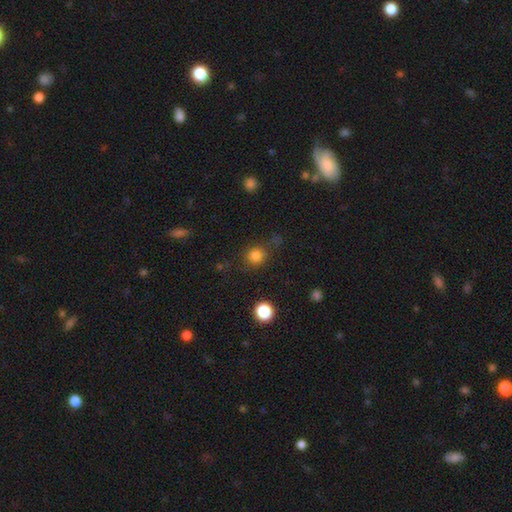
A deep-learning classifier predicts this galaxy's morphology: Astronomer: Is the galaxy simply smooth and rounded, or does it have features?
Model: smooth — 81%.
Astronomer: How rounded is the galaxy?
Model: round — 86%.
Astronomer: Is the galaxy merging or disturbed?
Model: none — 75%.